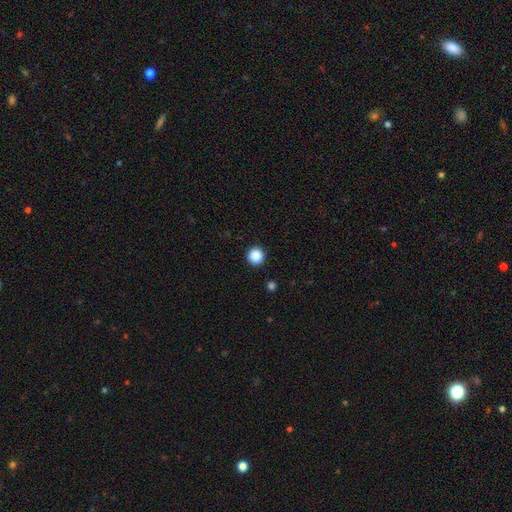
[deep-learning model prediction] The model was most divided on "smooth or featured": smooth: 88%, star or artifact: 10%, featured or disk: 2%. More confident: how rounded — round (96%); merging — none (92%).